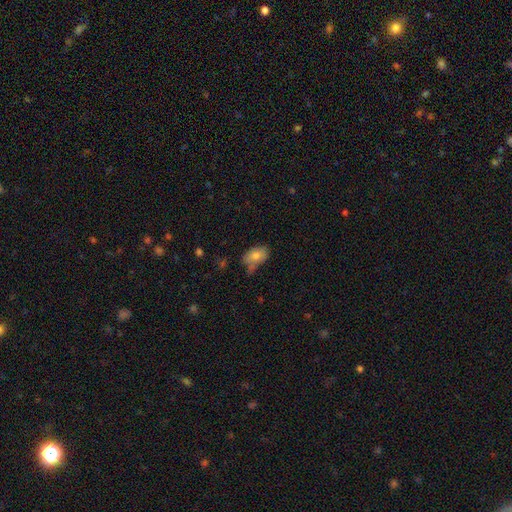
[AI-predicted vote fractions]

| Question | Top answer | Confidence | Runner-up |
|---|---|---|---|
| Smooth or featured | smooth | 76% | featured or disk (16%) |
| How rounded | in between | 88% | round (10%) |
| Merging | none | 47% | minor disturbance (34%) |